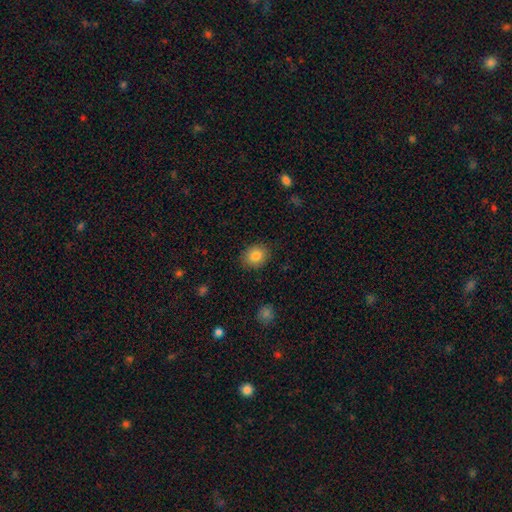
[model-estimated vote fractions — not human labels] This is clearly a smooth galaxy (85%). How rounded: likely round (64%). Merging: clearly none (88%).